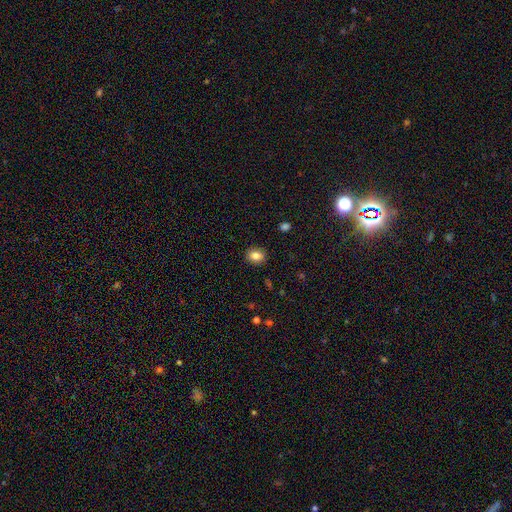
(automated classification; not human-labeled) Q: Smooth or featured?
A: smooth (83%); runner-up: star or artifact (10%)
Q: How rounded?
A: round (61%); runner-up: in between (38%)
Q: Merging?
A: none (90%); runner-up: minor disturbance (7%)